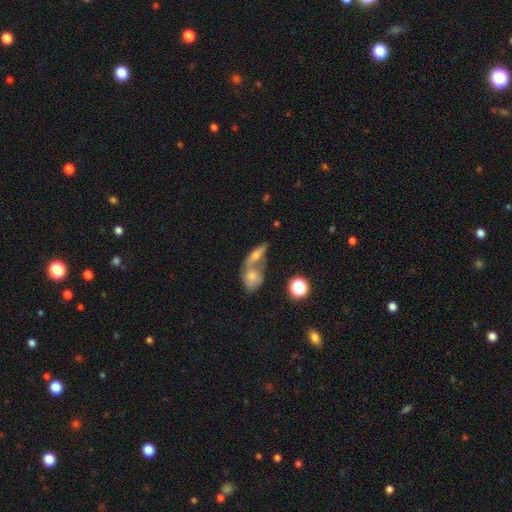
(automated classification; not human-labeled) Overall: smooth (47%; featured or disk 37%). Merging: merger (58%; none 28%).